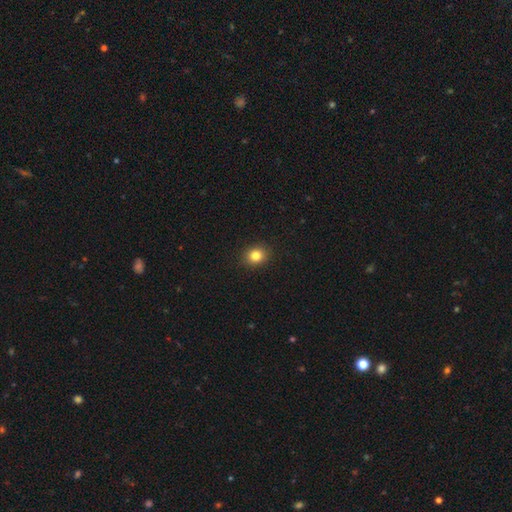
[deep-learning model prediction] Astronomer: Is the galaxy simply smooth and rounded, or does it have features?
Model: smooth — 83%.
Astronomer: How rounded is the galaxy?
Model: round — 67%.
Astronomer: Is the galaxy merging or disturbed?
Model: none — 90%.